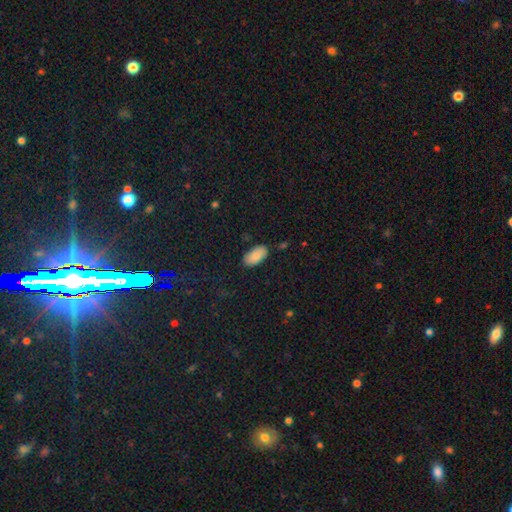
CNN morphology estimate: The model was most divided on "merging": none: 84%, minor disturbance: 12%, major disturbance: 3%, merger: 2%. More confident: how rounded — in between (95%); smooth or featured — smooth (86%).